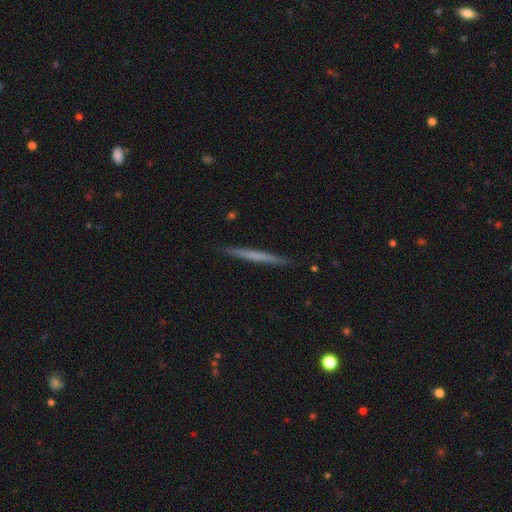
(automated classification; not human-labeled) Q: Smooth or featured?
A: smooth (51%); runner-up: featured or disk (44%)
Q: How rounded?
A: cigar-shaped (97%); runner-up: in between (2%)
Q: Merging?
A: none (92%); runner-up: minor disturbance (6%)